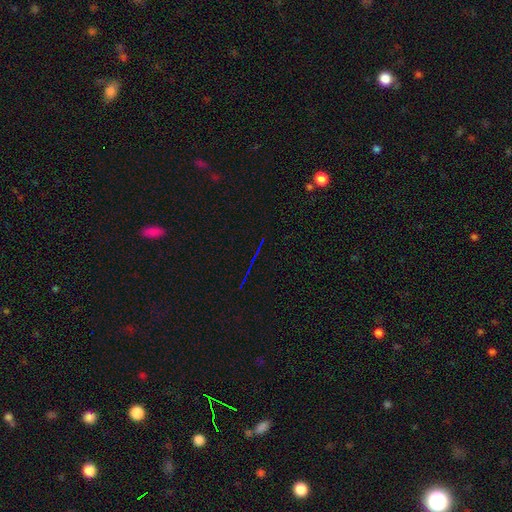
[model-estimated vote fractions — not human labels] This is likely a star or artifact rather than a galaxy (75%).